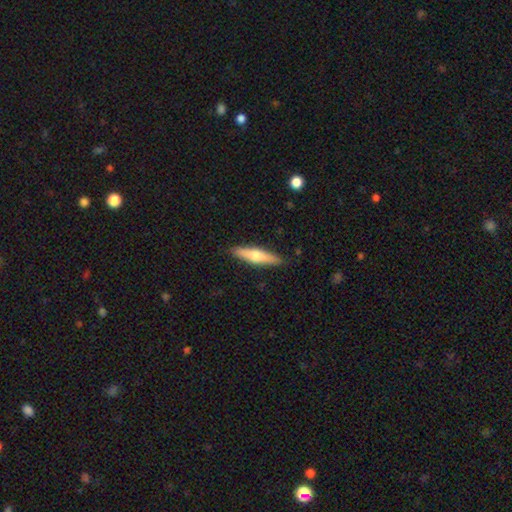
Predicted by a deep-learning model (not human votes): This appears to be a smooth galaxy with no disk features (51%) that is cigar-shaped (80%). Merging: none (89%).